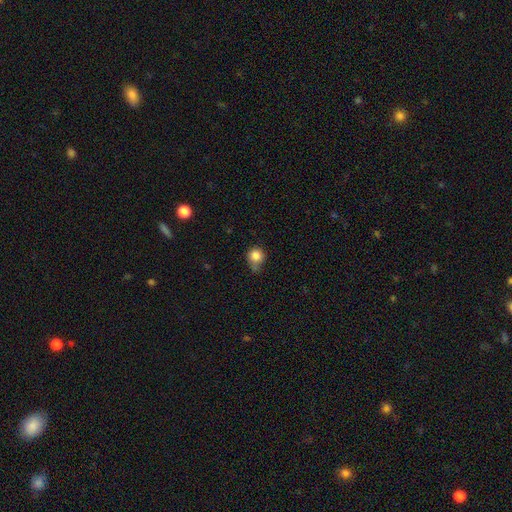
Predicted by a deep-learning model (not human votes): Overall: smooth (83%). How rounded: round (86%). Merging: none (50%; minor disturbance 32%).